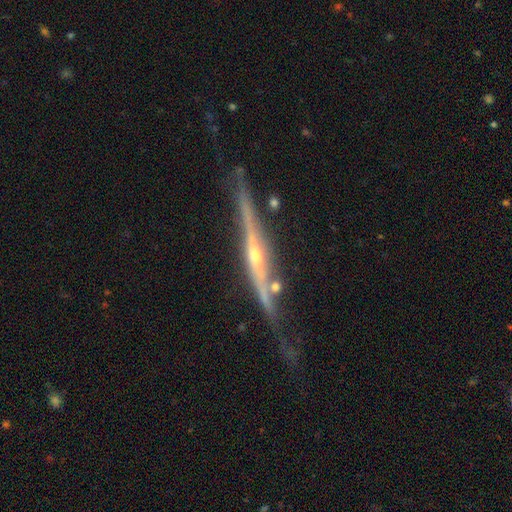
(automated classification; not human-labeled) Smooth or featured?
  - featured or disk: 87% *
  - smooth: 7%
  - star or artifact: 5%
Edge-on disk?
  - yes: 95% *
  - no: 5%
Edge-on bulge?
  - rounded: 81% *
  - none: 15%
  - boxy: 4%
Merging?
  - none: 65% *
  - minor disturbance: 25%
  - major disturbance: 6%
  - merger: 5%